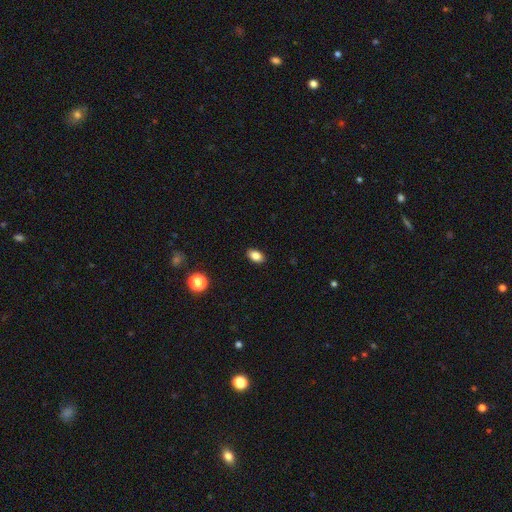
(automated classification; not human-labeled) smooth_or_featured: smooth (p=0.84) [alt: star or artifact p=0.10]
how_rounded: in between (p=0.87) [alt: round p=0.11]
merging: none (p=0.90) [alt: minor disturbance p=0.08]